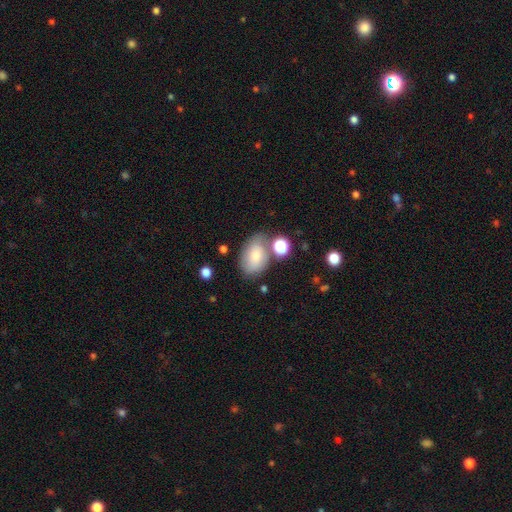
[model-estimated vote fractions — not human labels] Morphology: type=smooth (74%); roundness=in between (83%); merging=none (56%).